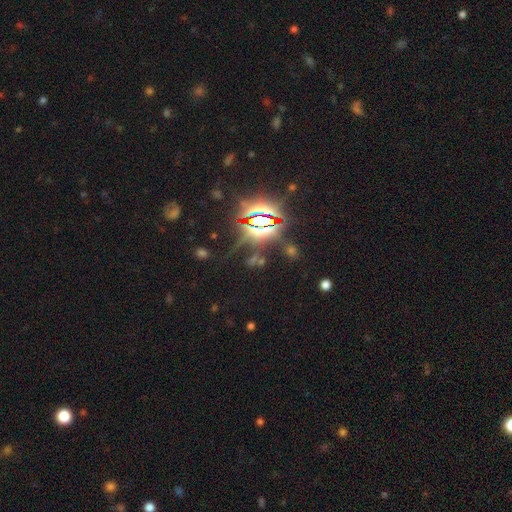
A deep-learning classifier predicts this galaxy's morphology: Q: Smooth or featured?
A: star or artifact (81%); runner-up: smooth (11%)